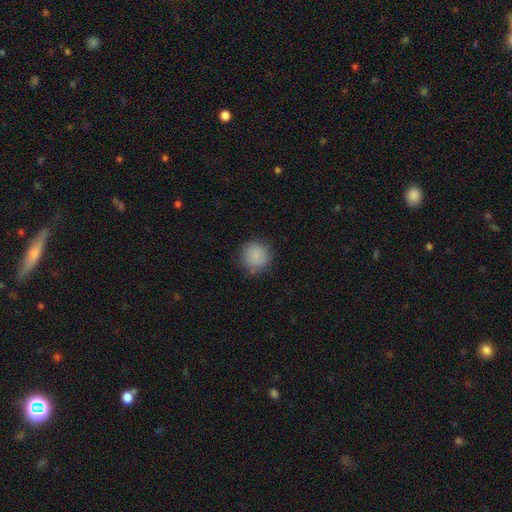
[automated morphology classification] Smooth or featured?
  - smooth: 86% *
  - star or artifact: 8%
  - featured or disk: 6%
How rounded?
  - round: 93% *
  - in between: 6%
  - cigar-shaped: 1%
Merging?
  - none: 82% *
  - minor disturbance: 13%
  - major disturbance: 4%
  - merger: 2%